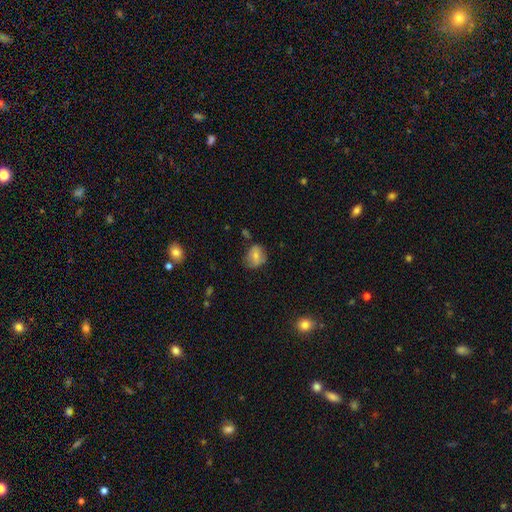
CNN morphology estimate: The model was most divided on "how rounded": round: 57%, in between: 42%, cigar-shaped: 1%. More confident: smooth or featured — smooth (72%); merging — none (64%).